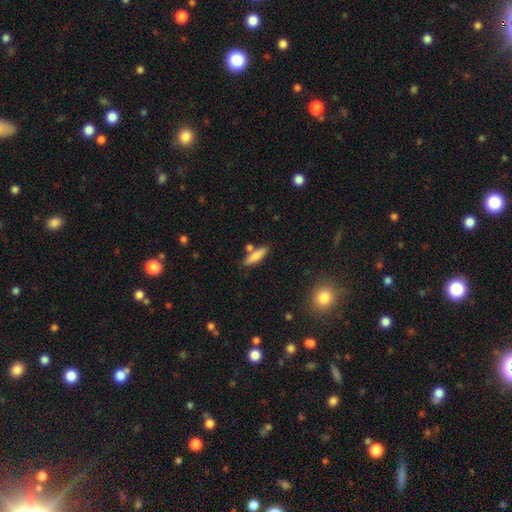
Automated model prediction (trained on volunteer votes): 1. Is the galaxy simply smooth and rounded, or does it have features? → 78% smooth, 15% featured or disk, 7% star or artifact.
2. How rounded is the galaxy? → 61% cigar-shaped, 37% in between, 2% round.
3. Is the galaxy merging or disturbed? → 73% none, 12% minor disturbance, 12% merger, 3% major disturbance.